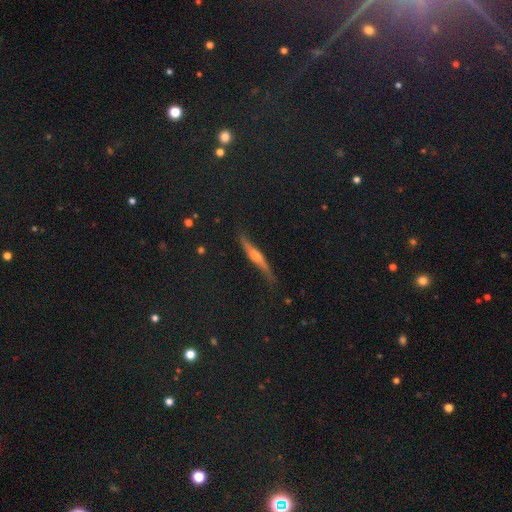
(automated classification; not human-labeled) Smooth or featured?
  - featured or disk: 63% *
  - smooth: 21%
  - star or artifact: 16%
Edge-on disk?
  - yes: 85% *
  - no: 15%
Edge-on bulge?
  - rounded: 85% *
  - none: 9%
  - boxy: 6%
Merging?
  - none: 79% *
  - minor disturbance: 15%
  - major disturbance: 4%
  - merger: 2%